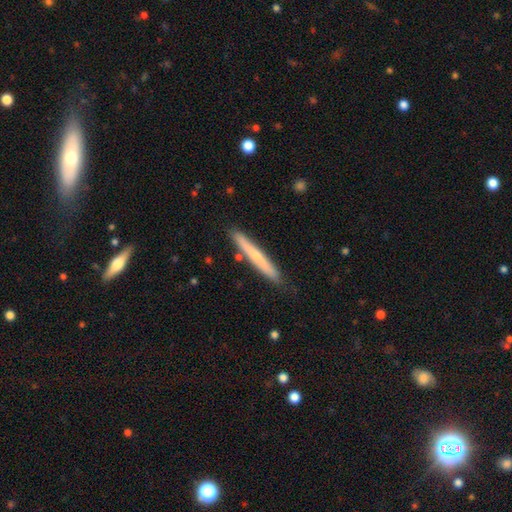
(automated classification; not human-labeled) Smooth or featured? Predicted: smooth (p=0.50). Merging? Predicted: none (p=0.85).